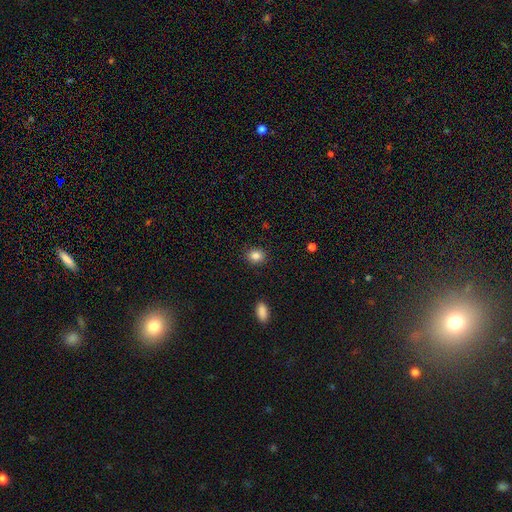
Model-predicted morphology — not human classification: A smooth galaxy with no disk features (85%) that is round (60%). Merging: none (89%).